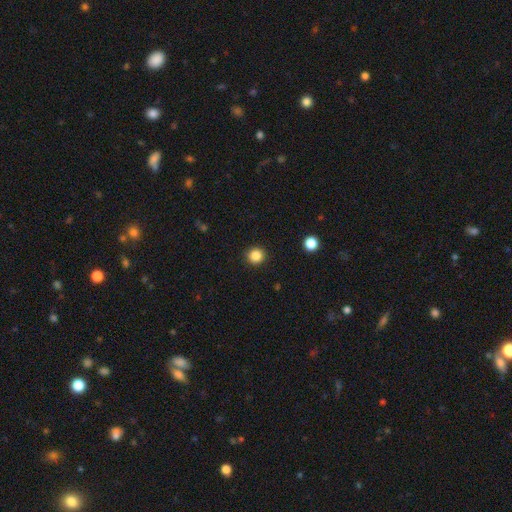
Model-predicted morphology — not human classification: Overall: smooth (85%). How rounded: round (94%). Merging: none (92%).